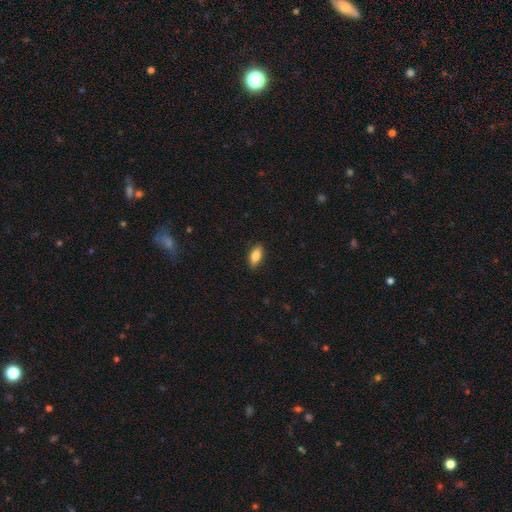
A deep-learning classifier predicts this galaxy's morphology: smooth 80%, featured or disk 13%, star or artifact 7%. Down the decision tree: how rounded — in between (82%); merging — none (88%).